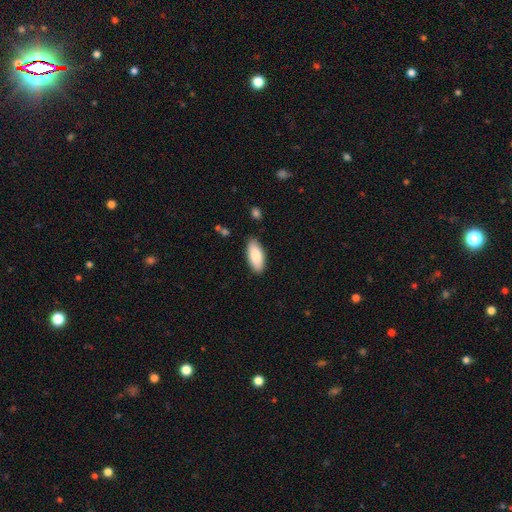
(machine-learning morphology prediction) type=smooth (83%); roundness=in between (87%); merging=none (86%).